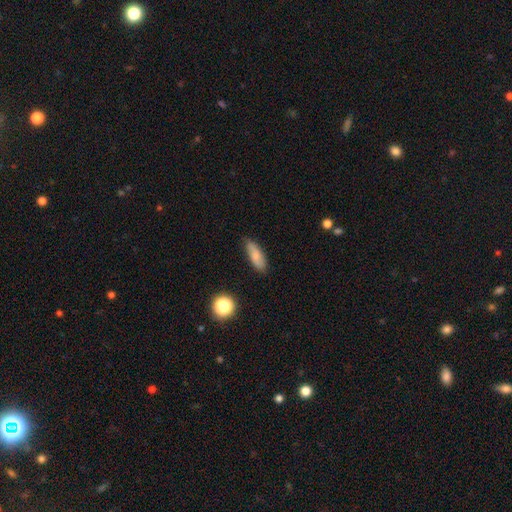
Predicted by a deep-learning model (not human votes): Morphology: type=smooth (73%); roundness=in between (63%); merging=none (81%).